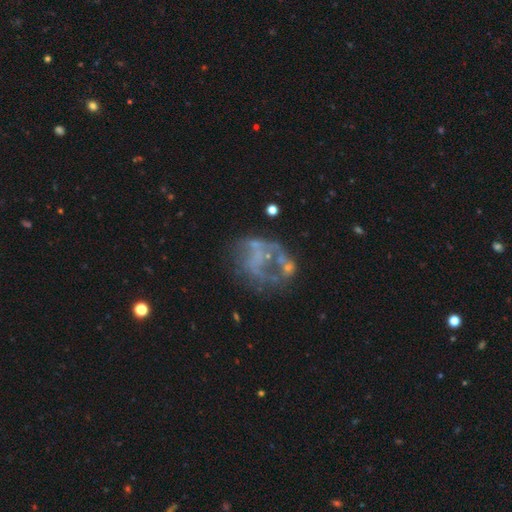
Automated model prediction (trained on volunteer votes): A featured or disk galaxy (67%) with no bar (85%), no spiral arms (79%) and no central bulge (79%).

Vote fractions:
- Smooth or featured? featured or disk: 67% / smooth: 17% / star or artifact: 15%
- Edge-on disk? no: 98% / yes: 2%
- Bar? no: 85% / weak: 11% / strong: 4%
- Spiral arms? no: 79% / yes: 21%
- Bulge size? none: 79% / small: 13% / moderate: 6% / large: 2% / dominant: 1%
- Merging? none: 41% / major disturbance: 33% / minor disturbance: 17% / merger: 9%